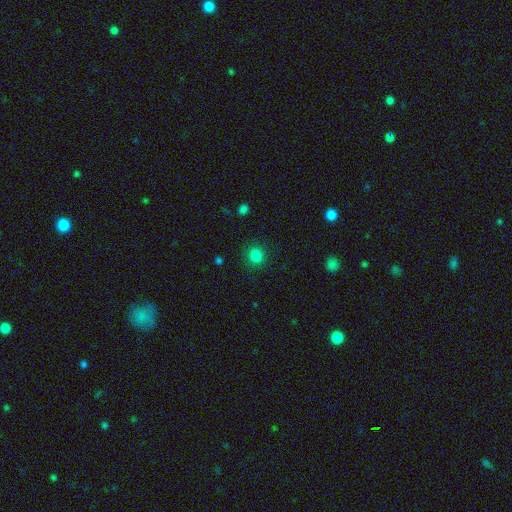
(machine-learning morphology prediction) Q: Smooth or featured?
A: smooth (83%); runner-up: star or artifact (13%)
Q: How rounded?
A: round (88%); runner-up: in between (11%)
Q: Merging?
A: none (89%); runner-up: minor disturbance (7%)